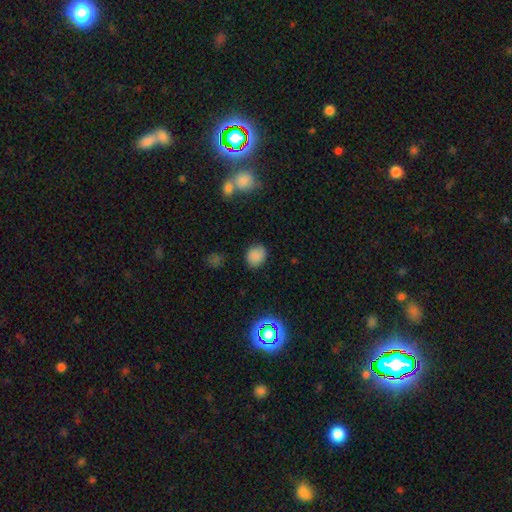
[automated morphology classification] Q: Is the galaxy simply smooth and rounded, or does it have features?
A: smooth — 83%.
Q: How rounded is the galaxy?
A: round — 57%.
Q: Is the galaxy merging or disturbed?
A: none — 80%.